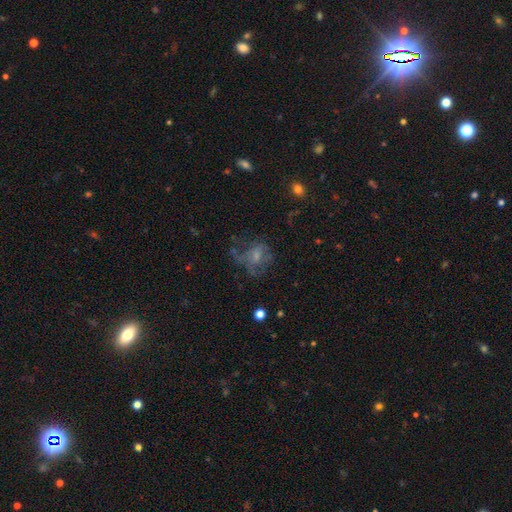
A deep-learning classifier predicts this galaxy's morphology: Q: Smooth or featured?
A: featured or disk (43%); runner-up: smooth (42%)
Q: Merging?
A: major disturbance (42%); runner-up: none (34%)